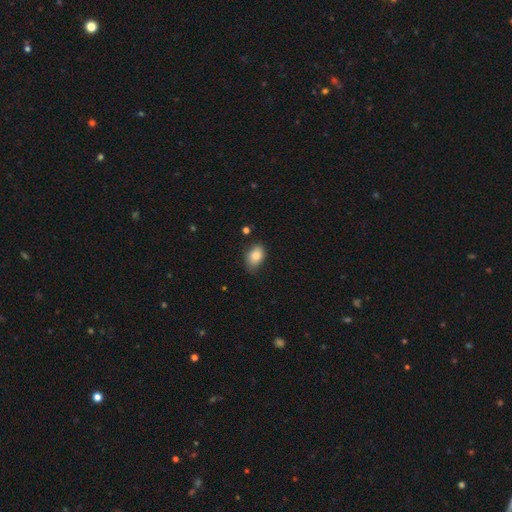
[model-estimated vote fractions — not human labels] Smooth or featured? Predicted: smooth (p=0.84). How rounded? Predicted: in between (p=0.84). Merging? Predicted: none (p=0.72).